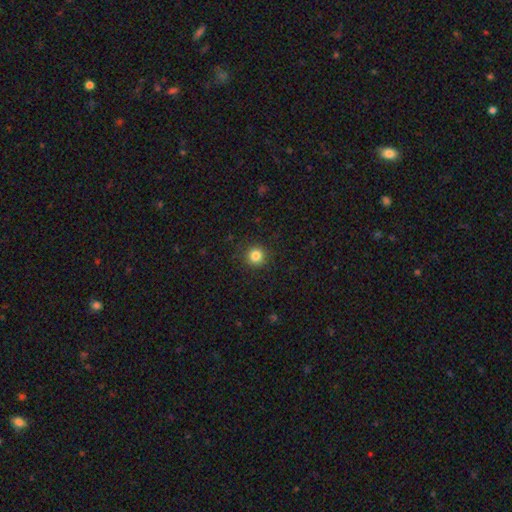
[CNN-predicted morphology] A smooth galaxy with no disk features (84%) that is round (94%).

Vote fractions:
- Smooth or featured? smooth: 84% / star or artifact: 12% / featured or disk: 5%
- How rounded? round: 94% / in between: 5% / cigar-shaped: 1%
- Merging? none: 91% / minor disturbance: 6% / major disturbance: 2% / merger: 1%